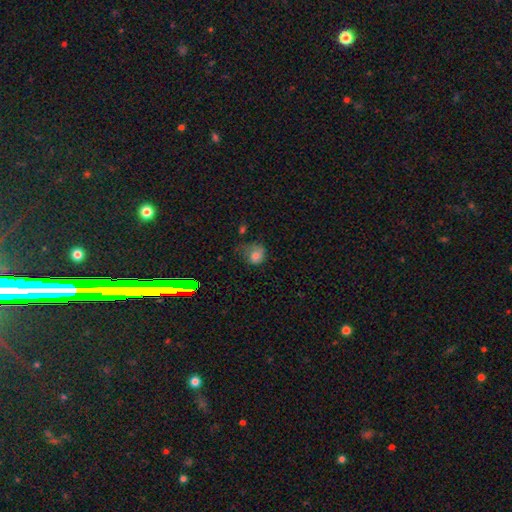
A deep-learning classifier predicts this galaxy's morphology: This appears to be a smooth galaxy with no disk features (68%) that is round (66%). Merging: major disturbance (37%).